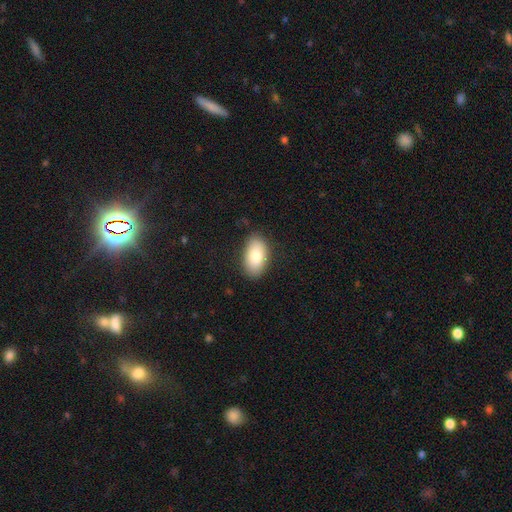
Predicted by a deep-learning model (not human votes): Smooth or featured: smooth — 83% (featured or disk — 11%)
How rounded: in between — 94% (round — 4%)
Merging: none — 84% (minor disturbance — 12%)